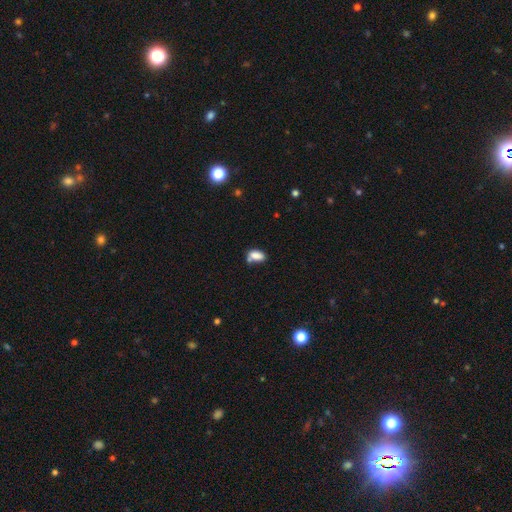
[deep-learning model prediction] This appears to be a smooth galaxy with no disk features (83%) that is in between round and cigar-shaped (90%). Merging: none (49%).